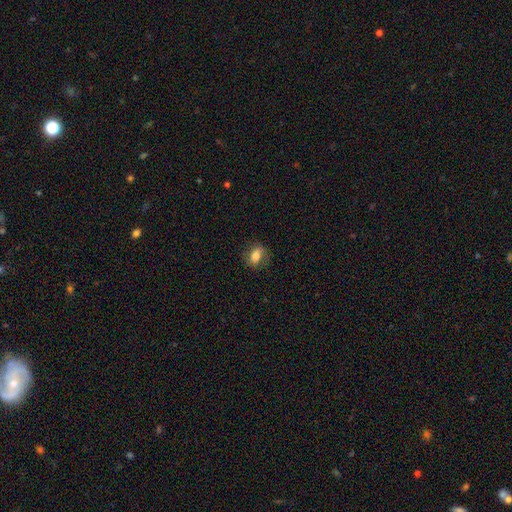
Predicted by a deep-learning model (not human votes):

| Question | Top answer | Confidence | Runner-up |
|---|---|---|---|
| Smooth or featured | smooth | 74% | featured or disk (17%) |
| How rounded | in between | 71% | round (26%) |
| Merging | none | 77% | minor disturbance (16%) |